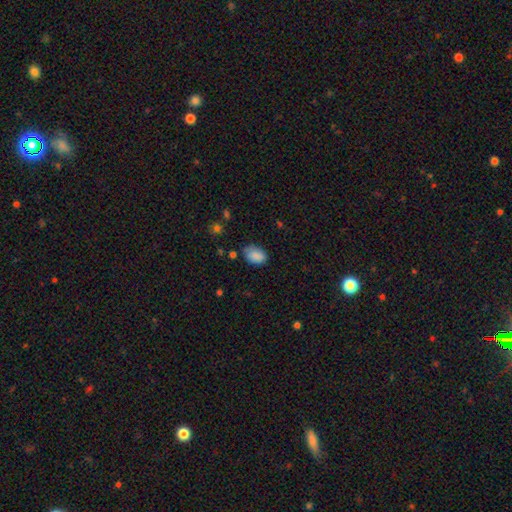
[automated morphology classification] Overall: smooth (86%). How rounded: in between (84%). Merging: none (70%).